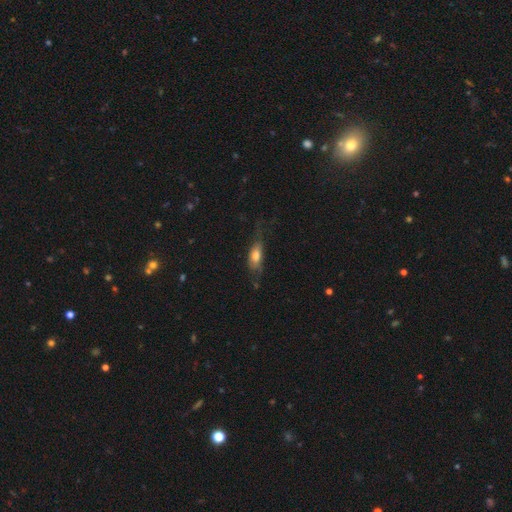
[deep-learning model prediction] Smooth or featured? smooth (64%)
How rounded? in between (75%)
Merging? none (42%)